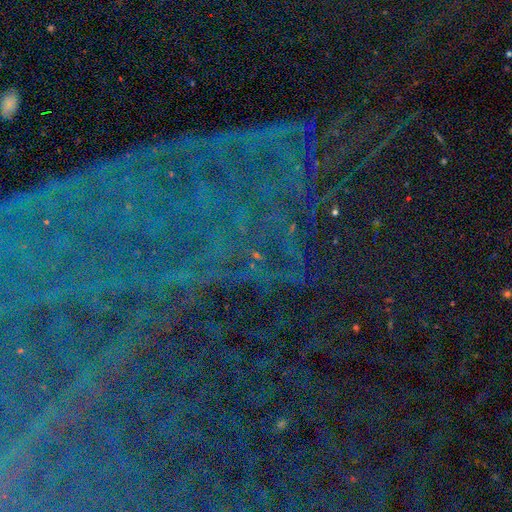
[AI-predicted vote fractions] This appears to be a star or artifact, not a galaxy (87%).